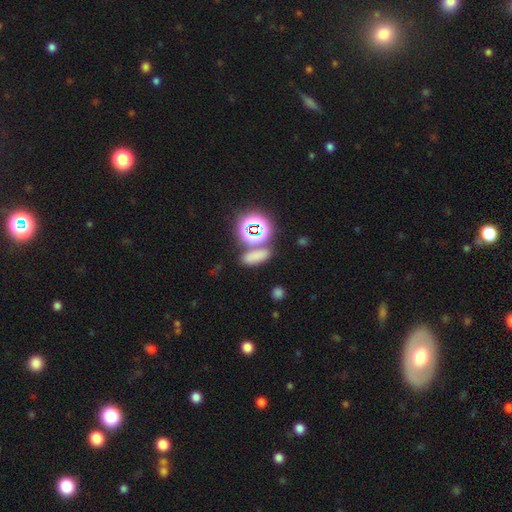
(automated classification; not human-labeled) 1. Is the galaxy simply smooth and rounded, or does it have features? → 66% smooth, 27% star or artifact, 7% featured or disk.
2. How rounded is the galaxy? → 57% in between, 26% round, 17% cigar-shaped.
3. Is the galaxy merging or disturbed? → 69% none, 17% merger, 10% minor disturbance, 4% major disturbance.